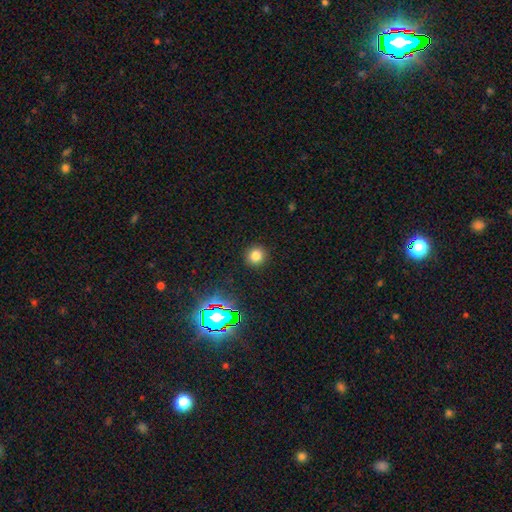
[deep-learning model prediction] A smooth galaxy with no disk features (77%) that is round (93%). Merging: none (91%).